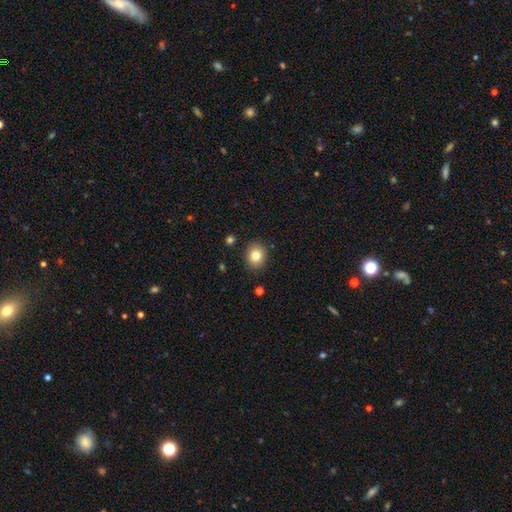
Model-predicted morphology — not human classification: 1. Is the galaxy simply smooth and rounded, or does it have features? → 81% smooth, 10% star or artifact, 9% featured or disk.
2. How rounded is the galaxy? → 65% round, 35% in between, 1% cigar-shaped.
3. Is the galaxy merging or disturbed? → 88% none, 8% minor disturbance, 2% major disturbance, 2% merger.